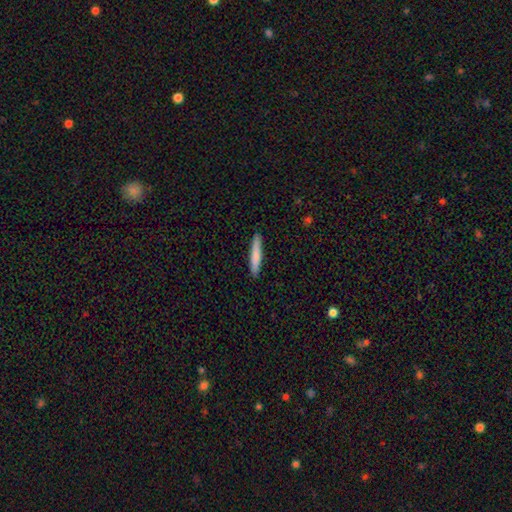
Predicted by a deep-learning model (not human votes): Q: Smooth or featured?
A: smooth (78%); runner-up: featured or disk (17%)
Q: How rounded?
A: cigar-shaped (94%); runner-up: in between (5%)
Q: Merging?
A: none (91%); runner-up: minor disturbance (7%)